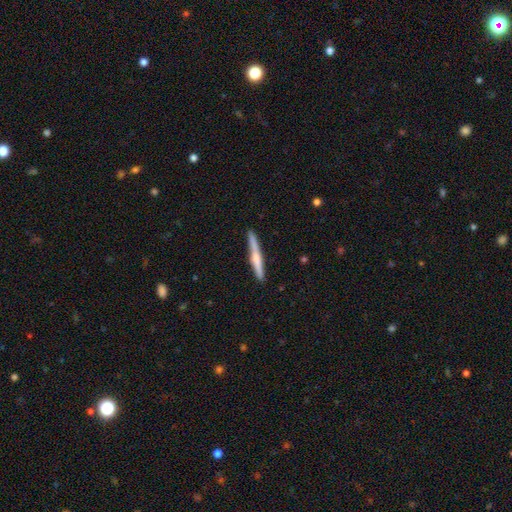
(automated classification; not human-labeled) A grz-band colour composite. It shows a featured or disk galaxy (53%) viewed edge-on (97%) with a rounded central bulge (60%). Merging: none (90%).